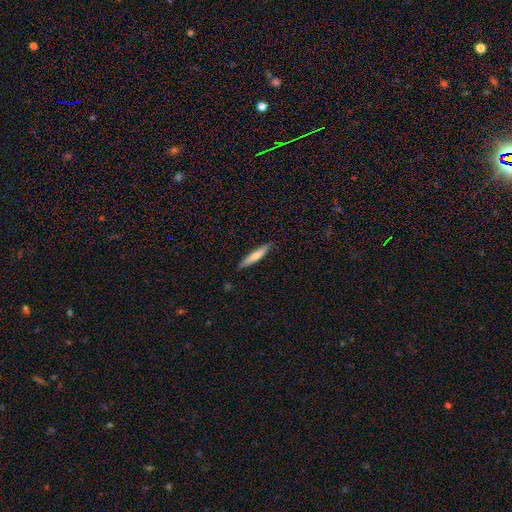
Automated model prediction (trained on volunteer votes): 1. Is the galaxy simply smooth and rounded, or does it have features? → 66% smooth, 29% featured or disk, 6% star or artifact.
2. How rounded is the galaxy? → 90% cigar-shaped, 9% in between, 1% round.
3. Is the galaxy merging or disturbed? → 87% none, 10% minor disturbance, 2% major disturbance, 1% merger.